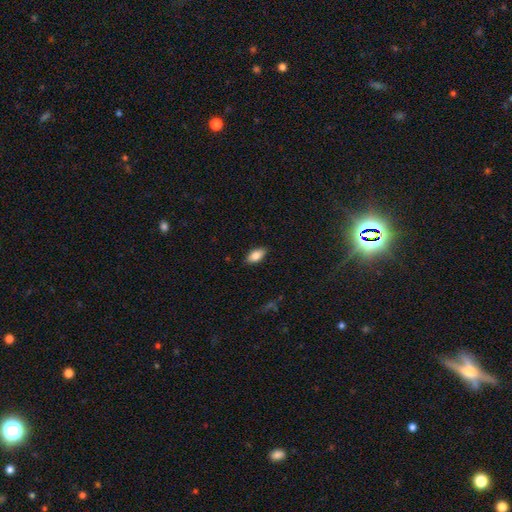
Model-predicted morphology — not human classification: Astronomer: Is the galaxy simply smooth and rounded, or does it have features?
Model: smooth — 81%.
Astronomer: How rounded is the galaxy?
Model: in between — 90%.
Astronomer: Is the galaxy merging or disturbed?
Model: none — 86%.